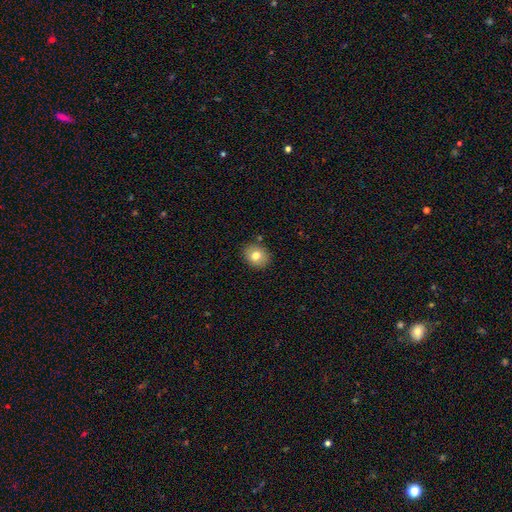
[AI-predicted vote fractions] The model was most divided on "how rounded": round: 59%, in between: 40%, cigar-shaped: 1%. More confident: merging — none (86%); smooth or featured — smooth (77%).